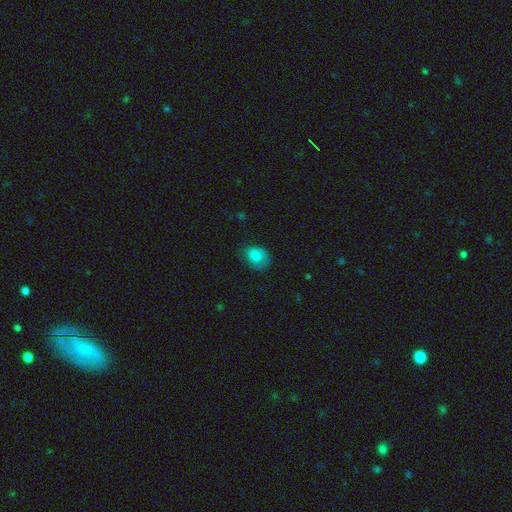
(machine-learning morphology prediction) Smooth or featured? Predicted: smooth (p=0.73). How rounded? Predicted: in between (p=0.58). Merging? Predicted: none (p=0.59).